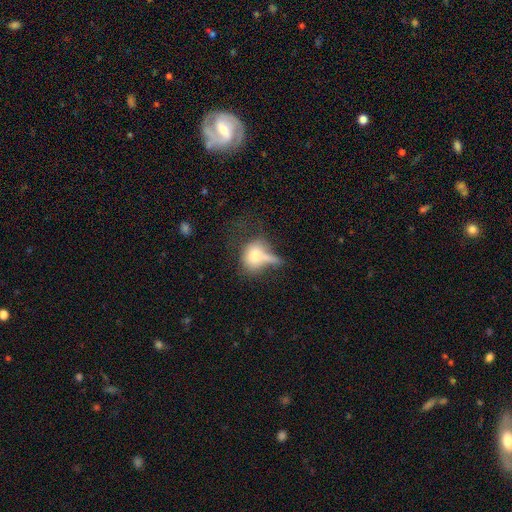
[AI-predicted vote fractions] A smooth galaxy with no disk features (68%) that is in between round and cigar-shaped (52%). Merging: merger (29%).